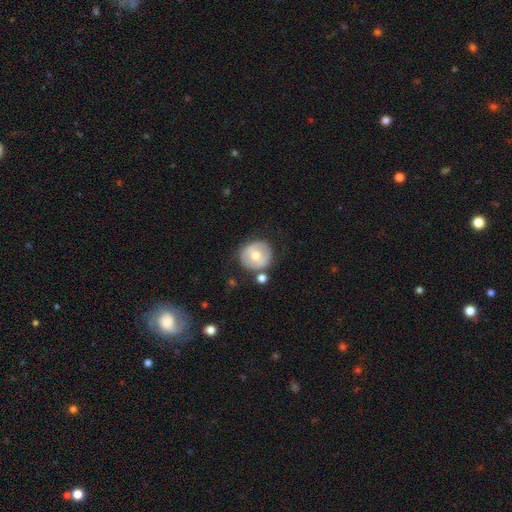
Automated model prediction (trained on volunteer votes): Smooth or featured? smooth (61%)
How rounded? round (90%)
Merging? none (76%)